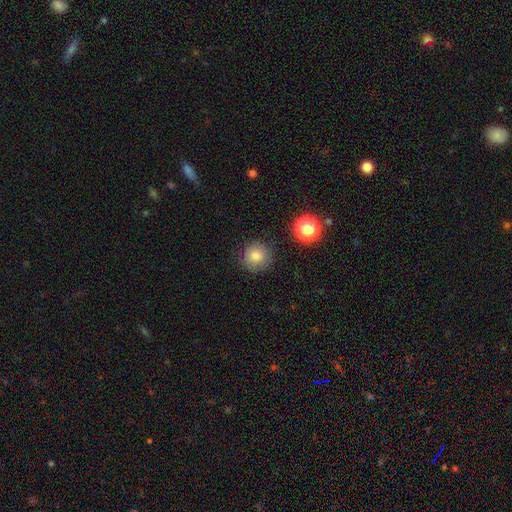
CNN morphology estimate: smooth 81%, star or artifact 12%, featured or disk 7%. Down the decision tree: how rounded — round (92%); merging — none (85%).